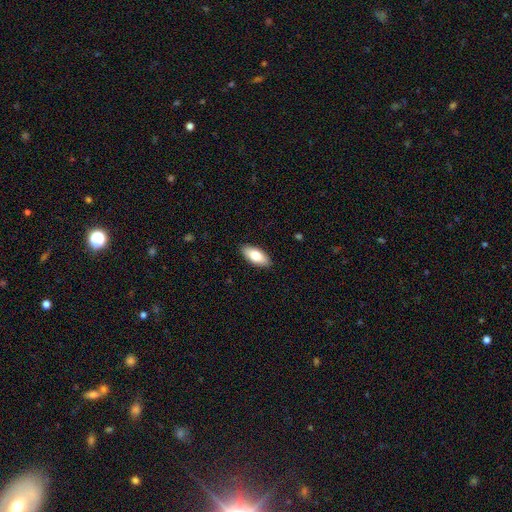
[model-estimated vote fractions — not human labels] A smooth galaxy with no disk features (78%) that is in between round and cigar-shaped (85%).

Vote fractions:
- Smooth or featured? smooth: 78% / featured or disk: 16% / star or artifact: 6%
- How rounded? in between: 85% / cigar-shaped: 12% / round: 2%
- Merging? none: 90% / minor disturbance: 8% / major disturbance: 2% / merger: 1%